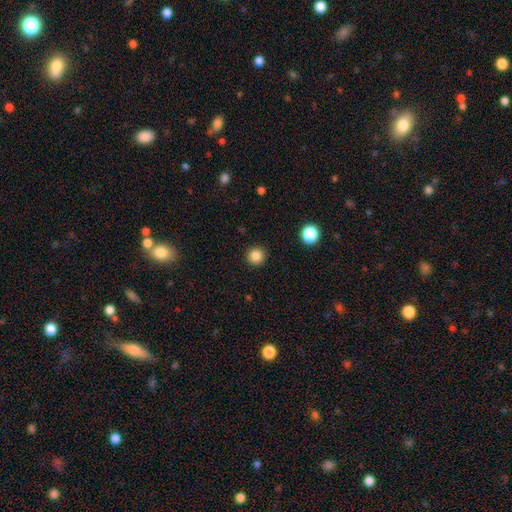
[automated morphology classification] Overall: smooth (85%). How rounded: round (95%). Merging: none (92%).